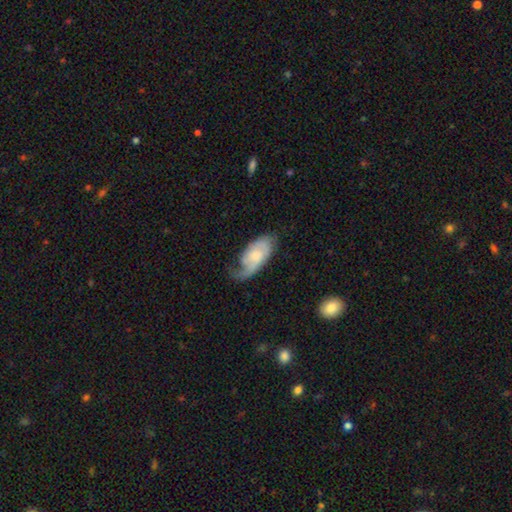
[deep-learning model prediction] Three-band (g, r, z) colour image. It shows a featured or disk galaxy (64%) with no bar (67%), 1 (42%) medium (41%) spiral arms (88%) and a moderate central bulge (43%). Merging: none (44%).